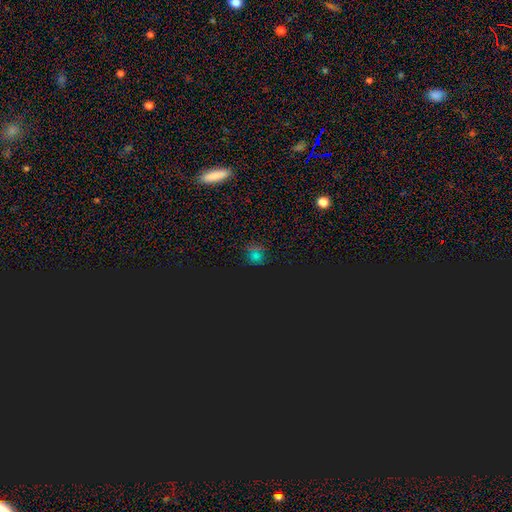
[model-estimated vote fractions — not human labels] smooth-or-featured: star or artifact: 55% | smooth: 38% | featured or disk: 7%